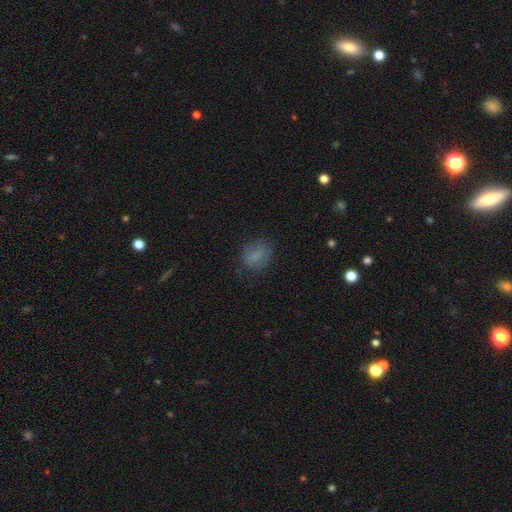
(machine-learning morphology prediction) smooth 74%, featured or disk 13%, star or artifact 12%. Down the decision tree: how rounded — in between (59%); merging — none (73%).